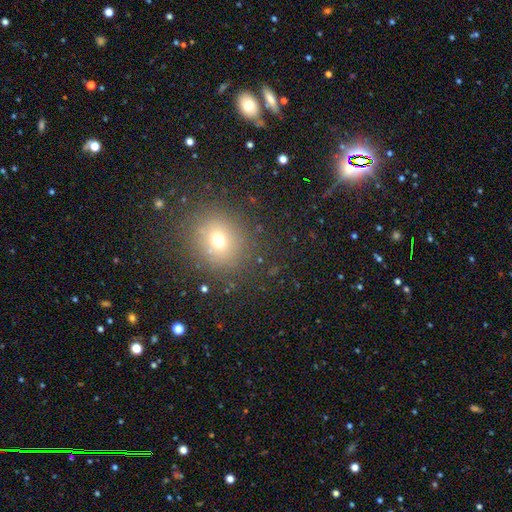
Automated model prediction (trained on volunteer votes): The model was most divided on "smooth or featured": smooth: 50%, star or artifact: 38%, featured or disk: 11%. More confident: merging — none (88%); how rounded — round (82%).